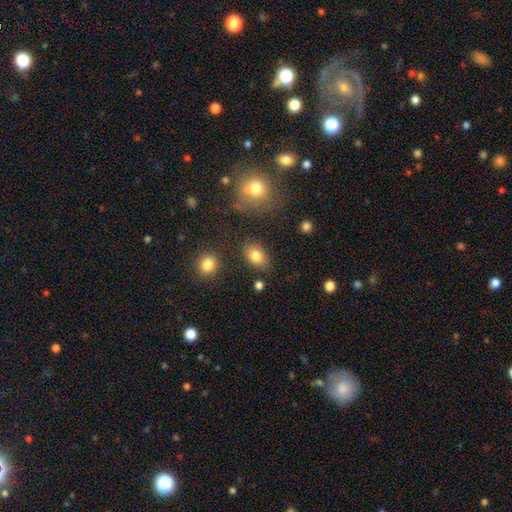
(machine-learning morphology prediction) Q: Smooth or featured?
A: smooth (82%); runner-up: star or artifact (9%)
Q: How rounded?
A: in between (80%); runner-up: round (18%)
Q: Merging?
A: none (79%); runner-up: minor disturbance (13%)